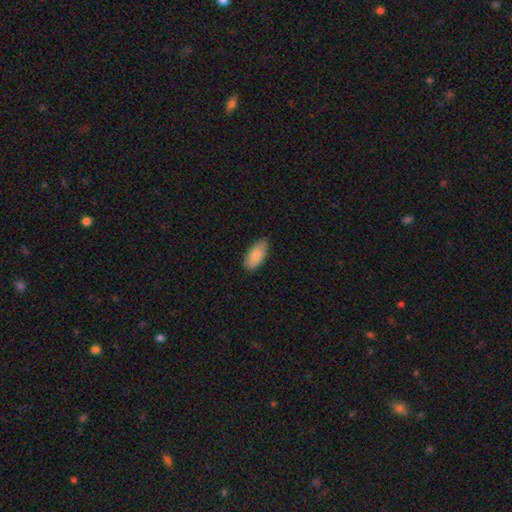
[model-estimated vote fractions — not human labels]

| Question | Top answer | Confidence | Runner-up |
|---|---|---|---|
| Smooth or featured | smooth | 86% | featured or disk (8%) |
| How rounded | in between | 93% | cigar-shaped (5%) |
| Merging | none | 81% | minor disturbance (16%) |